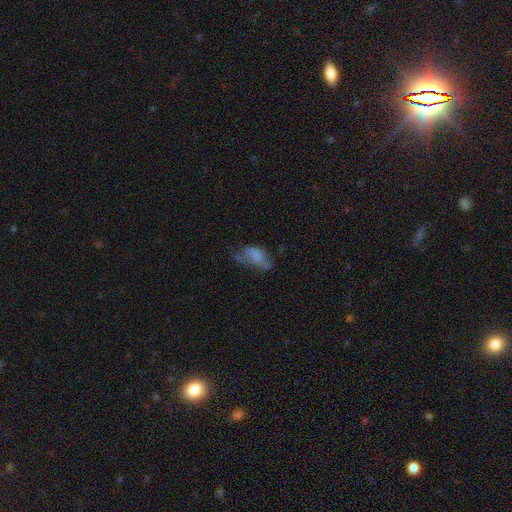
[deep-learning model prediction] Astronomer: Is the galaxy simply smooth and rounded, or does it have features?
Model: smooth — 58%.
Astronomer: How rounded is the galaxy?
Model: in between — 90%.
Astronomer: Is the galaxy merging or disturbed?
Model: major disturbance — 39% (runner-up: none, 29%).